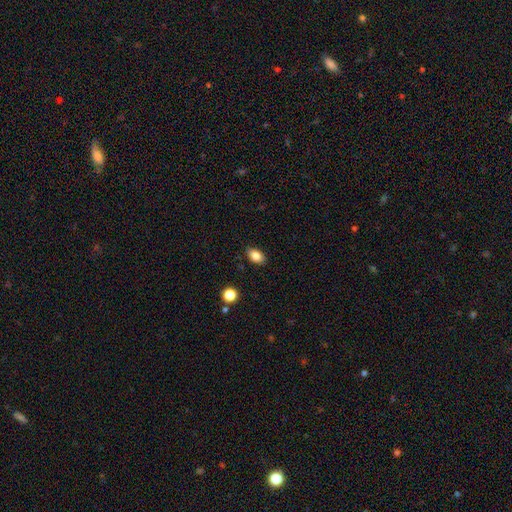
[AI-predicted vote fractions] This appears to be a smooth galaxy with no disk features (84%) that is in between round and cigar-shaped (88%). Merging: none (87%).